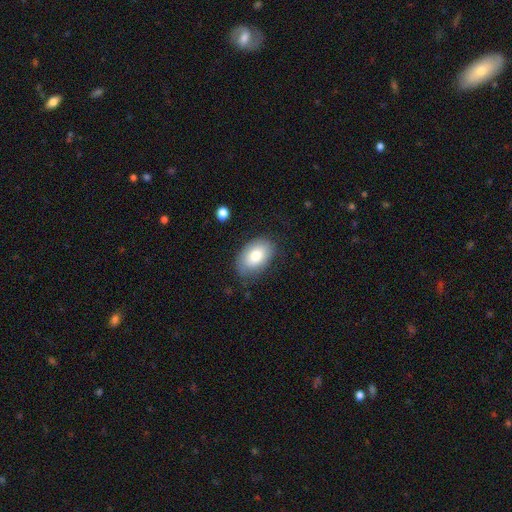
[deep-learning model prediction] Smooth or featured: smooth — 80% (featured or disk — 13%)
How rounded: in between — 91% (round — 7%)
Merging: none — 78% (minor disturbance — 16%)